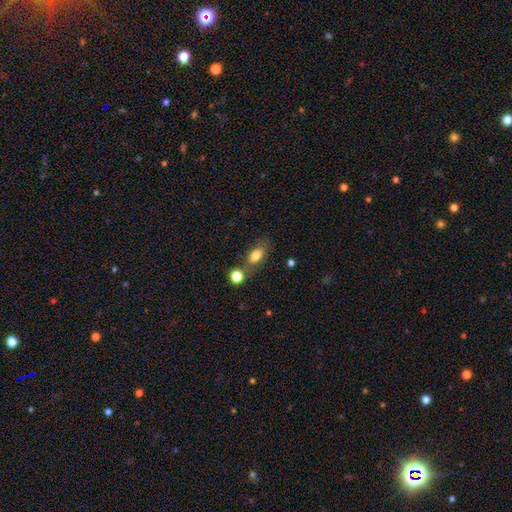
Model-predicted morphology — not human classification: smooth_or_featured: smooth (p=0.78) [alt: featured or disk p=0.13]
how_rounded: in between (p=0.82) [alt: round p=0.11]
merging: none (p=0.60) [alt: merger p=0.18]